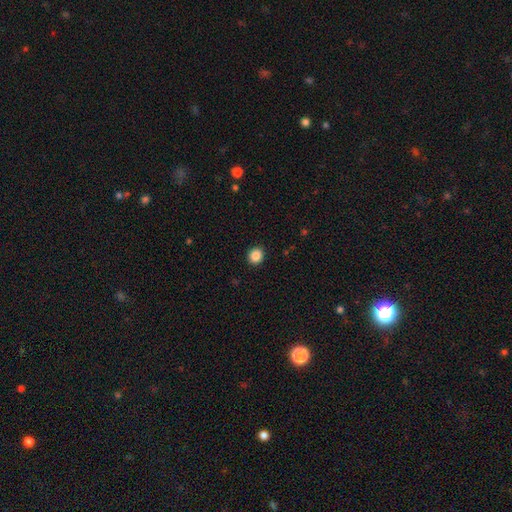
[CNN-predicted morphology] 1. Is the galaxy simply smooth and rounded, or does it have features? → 87% smooth, 10% star or artifact, 3% featured or disk.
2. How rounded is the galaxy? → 80% round, 19% in between, 1% cigar-shaped.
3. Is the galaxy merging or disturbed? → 92% none, 5% minor disturbance, 2% major disturbance, 1% merger.